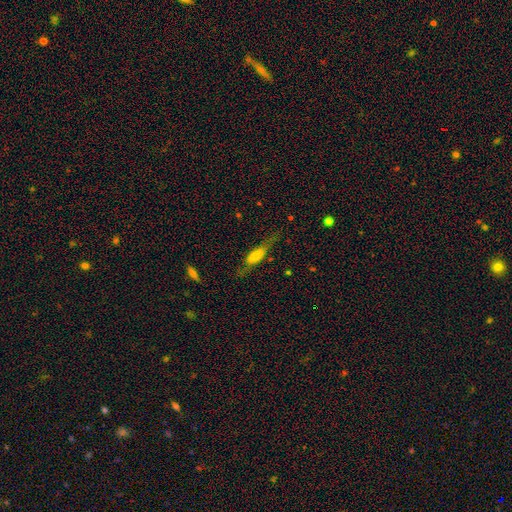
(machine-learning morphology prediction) Smooth or featured: smooth — 57% (featured or disk — 35%)
How rounded: cigar-shaped — 53% (in between — 44%)
Merging: none — 58% (minor disturbance — 24%)